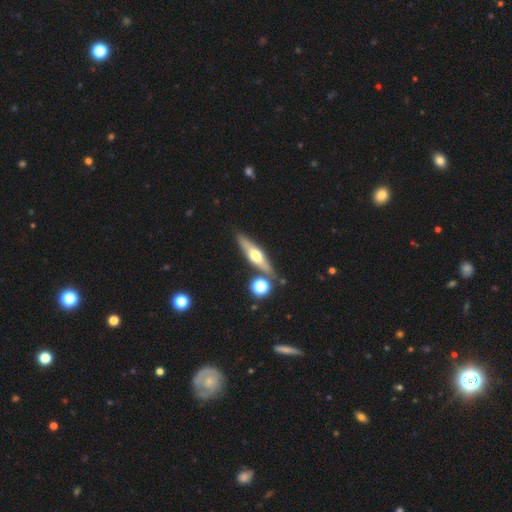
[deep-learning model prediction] featured or disk 63%, smooth 30%, star or artifact 7%. Down the decision tree: edge-on disk — yes (93%); edge-on bulge — rounded (93%); merging — none (81%).